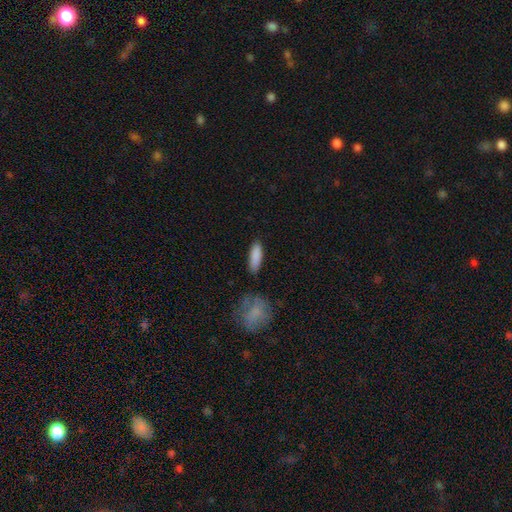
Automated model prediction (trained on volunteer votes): Smooth or featured? Predicted: smooth (p=0.88). How rounded? Predicted: in between (p=0.53). Merging? Predicted: none (p=0.84).